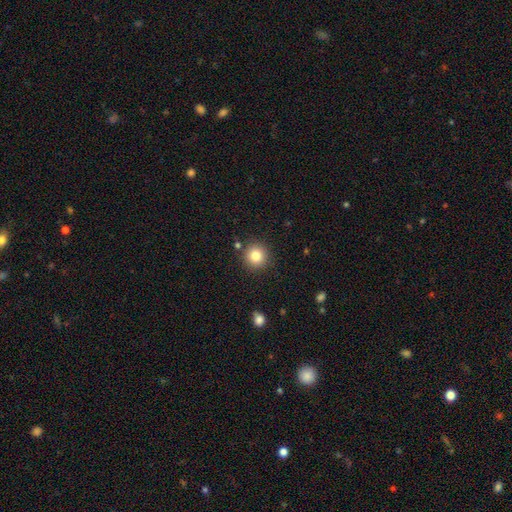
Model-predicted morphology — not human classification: Smooth or featured? smooth (82%)
How rounded? round (94%)
Merging? none (88%)